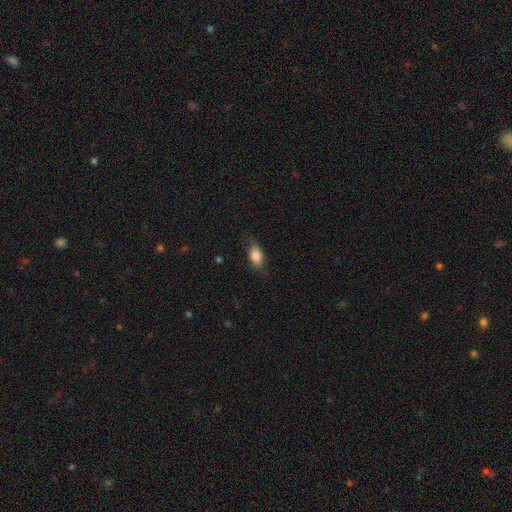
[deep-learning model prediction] Q: Smooth or featured?
A: smooth (80%); runner-up: featured or disk (13%)
Q: How rounded?
A: in between (86%); runner-up: cigar-shaped (8%)
Q: Merging?
A: none (73%); runner-up: minor disturbance (20%)